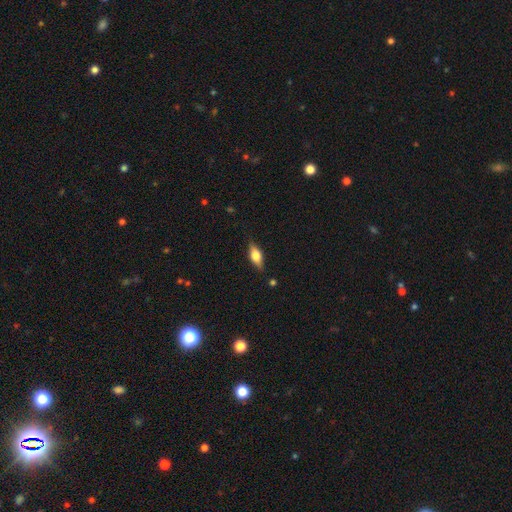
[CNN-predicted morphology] type=smooth (56%); roundness=in between (77%); merging=none (81%).